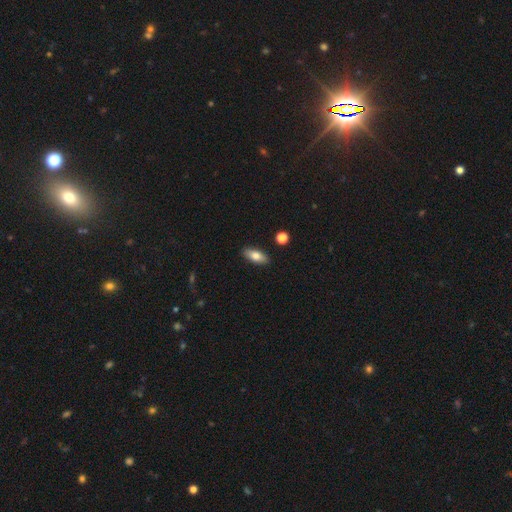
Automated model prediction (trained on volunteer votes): smooth 76%, featured or disk 17%, star or artifact 7%. Down the decision tree: how rounded — in between (81%); merging — none (89%).